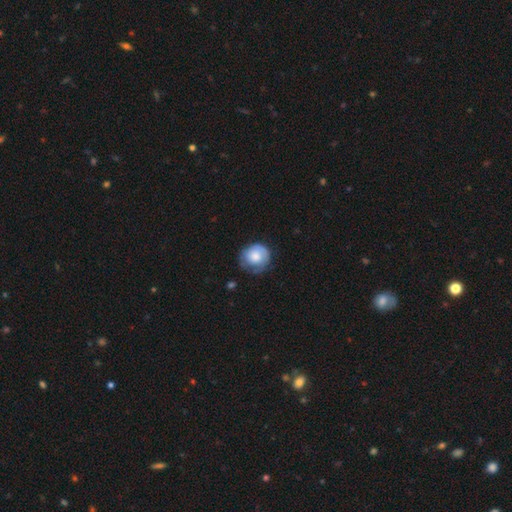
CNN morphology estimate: Smooth or featured?
  - smooth: 65% *
  - featured or disk: 29%
  - star or artifact: 6%
How rounded?
  - round: 85% *
  - in between: 14%
  - cigar-shaped: 1%
Merging?
  - none: 59% *
  - minor disturbance: 28%
  - major disturbance: 11%
  - merger: 2%